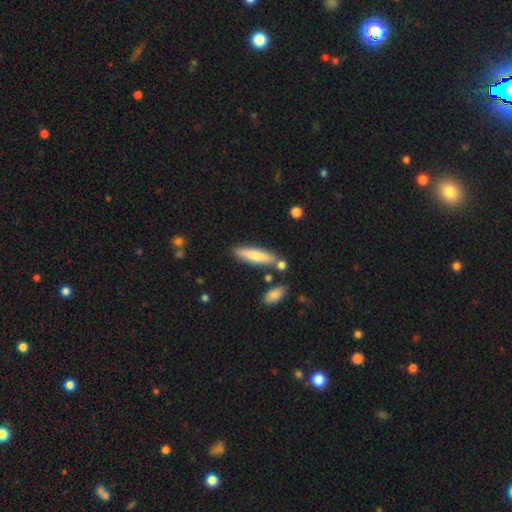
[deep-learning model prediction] Smooth or featured? Predicted: smooth (p=0.72). How rounded? Predicted: cigar-shaped (p=0.73). Merging? Predicted: none (p=0.76).